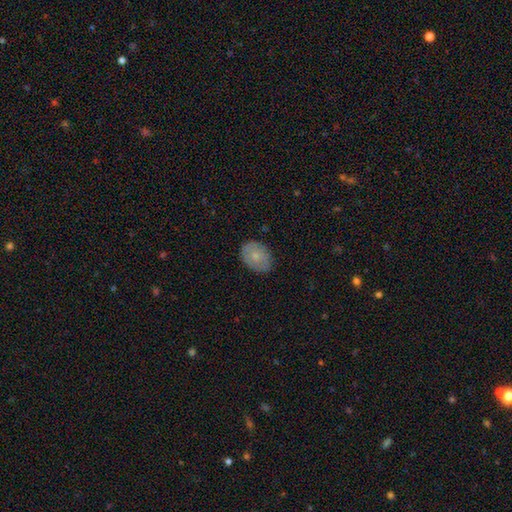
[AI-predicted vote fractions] Smooth or featured? Predicted: smooth (p=0.68). How rounded? Predicted: in between (p=0.71). Merging? Predicted: none (p=0.80).